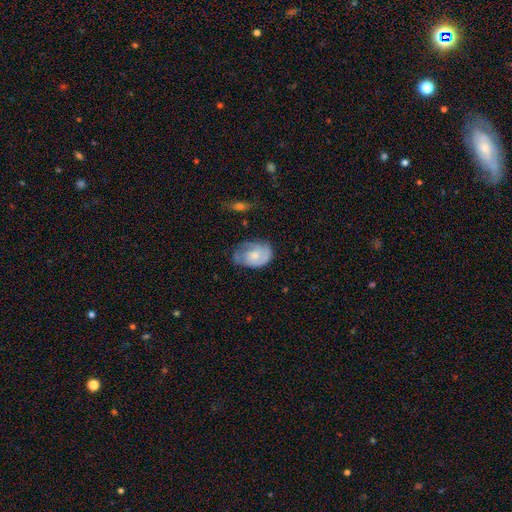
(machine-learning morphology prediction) A featured or disk galaxy (51%). Merging: none (48%).